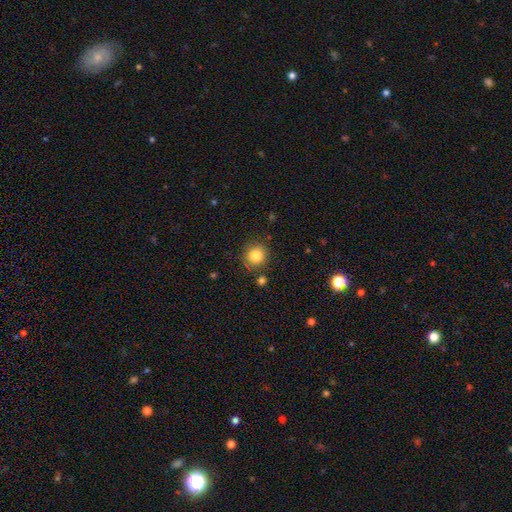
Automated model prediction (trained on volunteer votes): Smooth or featured? Predicted: smooth (p=0.84). How rounded? Predicted: round (p=0.87). Merging? Predicted: none (p=0.84).